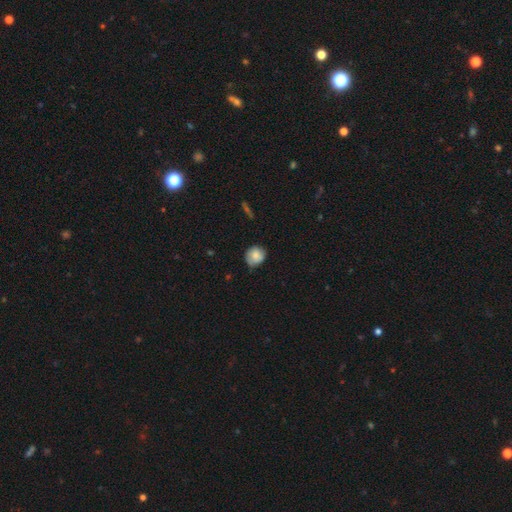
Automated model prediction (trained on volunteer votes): Q: Smooth or featured?
A: smooth (78%); runner-up: featured or disk (14%)
Q: How rounded?
A: round (80%); runner-up: in between (19%)
Q: Merging?
A: none (63%); runner-up: minor disturbance (30%)